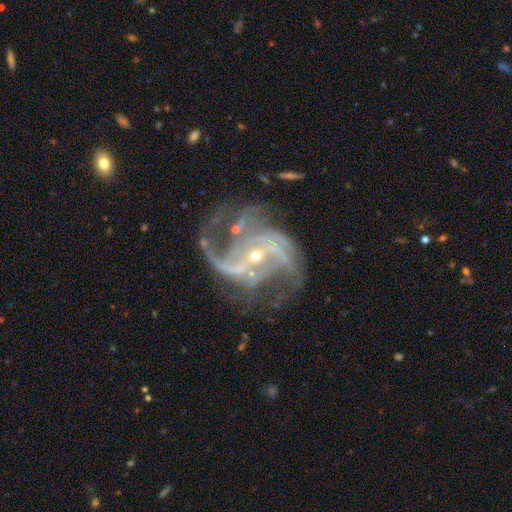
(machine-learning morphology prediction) Smooth or featured: featured or disk — 91% (star or artifact — 7%)
Edge-on disk: no — 98% (yes — 2%)
Bar: strong — 42% (weak — 32%)
Spiral arms: yes — 98% (no — 2%)
Spiral winding: medium — 44% (loose — 43%)
Spiral arm count: 2 — 49% (3 — 19%)
Bulge size: small — 81% (moderate — 16%)
Merging: none — 55% (major disturbance — 22%)